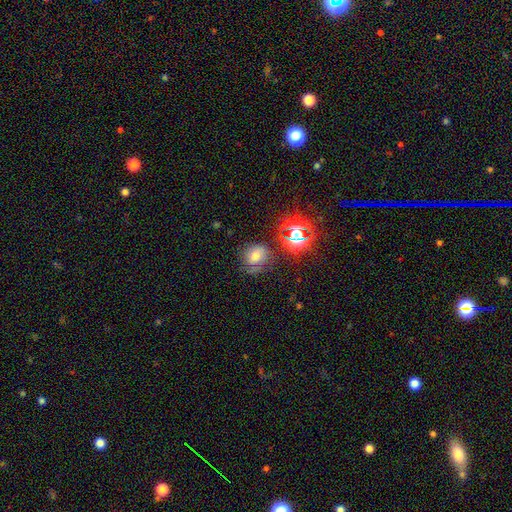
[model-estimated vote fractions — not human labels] Smooth or featured: smooth — 55% (star or artifact — 24%)
How rounded: round — 74% (in between — 25%)
Merging: none — 59% (minor disturbance — 24%)